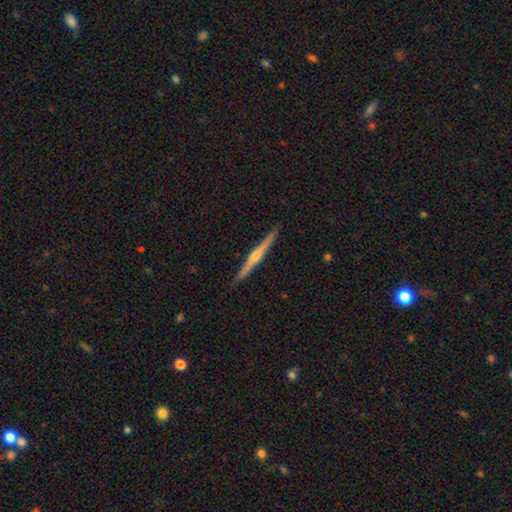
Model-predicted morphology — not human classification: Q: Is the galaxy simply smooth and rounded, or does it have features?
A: featured or disk — 75%.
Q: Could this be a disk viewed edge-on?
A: yes — 98%.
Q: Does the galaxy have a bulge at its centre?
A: rounded — 79%.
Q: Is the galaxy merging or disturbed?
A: none — 92%.